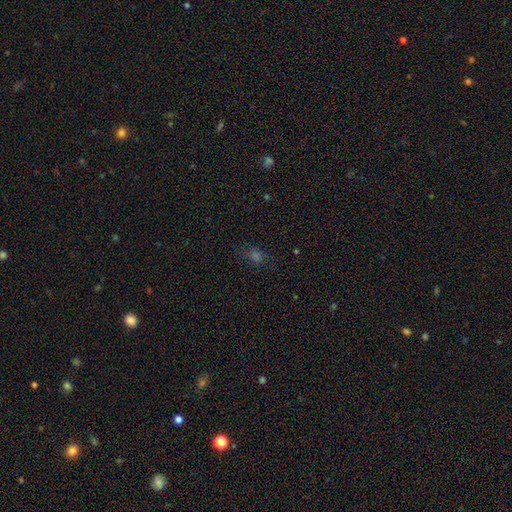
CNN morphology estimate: Smooth or featured?
  - smooth: 50% *
  - star or artifact: 38%
  - featured or disk: 13%
Merging?
  - none: 75% *
  - minor disturbance: 15%
  - major disturbance: 7%
  - merger: 2%